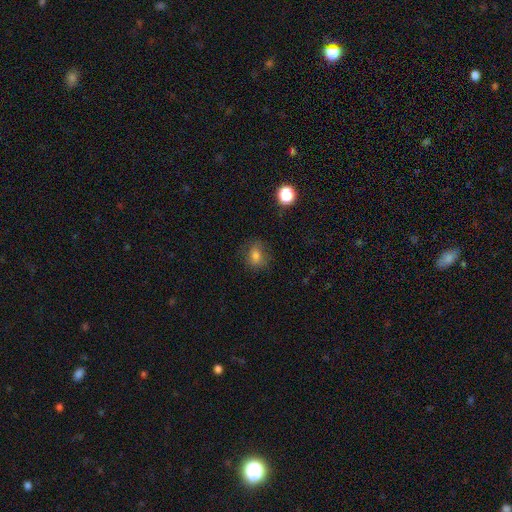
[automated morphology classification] The model was most divided on "how rounded": round: 59%, in between: 40%, cigar-shaped: 1%. More confident: smooth or featured — smooth (77%); merging — none (74%).